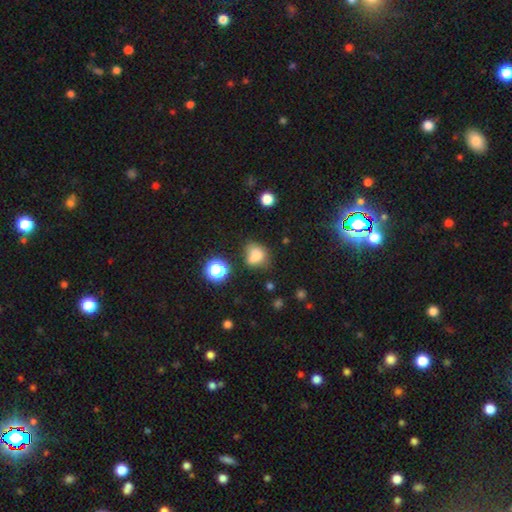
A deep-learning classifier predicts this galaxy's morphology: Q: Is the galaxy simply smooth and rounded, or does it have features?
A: smooth — 75%.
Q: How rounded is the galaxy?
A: in between — 51%.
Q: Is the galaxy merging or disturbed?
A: none — 45%.